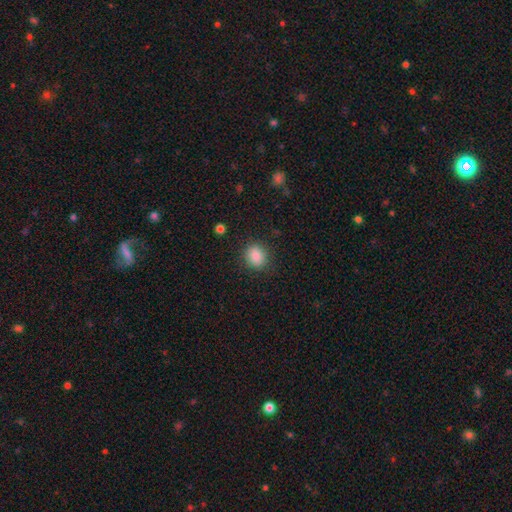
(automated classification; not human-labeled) Smooth or featured?
  - smooth: 87% *
  - star or artifact: 9%
  - featured or disk: 4%
How rounded?
  - round: 59% *
  - in between: 40%
  - cigar-shaped: 1%
Merging?
  - none: 85% *
  - minor disturbance: 10%
  - major disturbance: 3%
  - merger: 1%